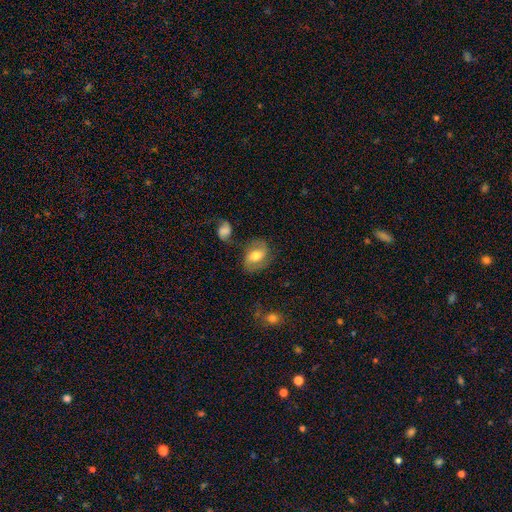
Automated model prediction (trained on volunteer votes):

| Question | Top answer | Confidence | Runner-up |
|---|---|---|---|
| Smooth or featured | featured or disk | 47% | smooth (45%) |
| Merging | none | 68% | minor disturbance (18%) |